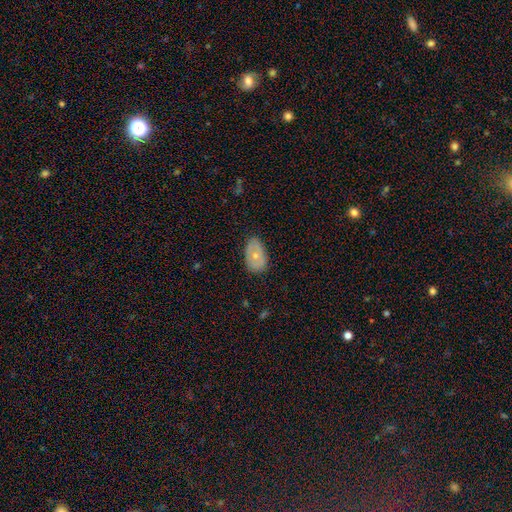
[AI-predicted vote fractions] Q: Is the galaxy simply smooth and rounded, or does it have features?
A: smooth — 61%.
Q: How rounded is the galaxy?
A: in between — 88%.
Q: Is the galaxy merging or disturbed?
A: none — 72%.